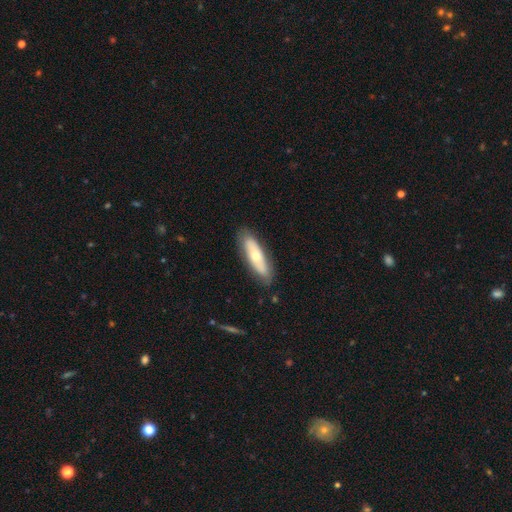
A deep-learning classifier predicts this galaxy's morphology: smooth-or-featured: smooth: 57% | featured or disk: 37% | star or artifact: 6%
  how-rounded: cigar-shaped: 49% (tied) | in between: 49% (tied) | round: 2%
  merging: none: 83% | minor disturbance: 13% | major disturbance: 3% | merger: 1%